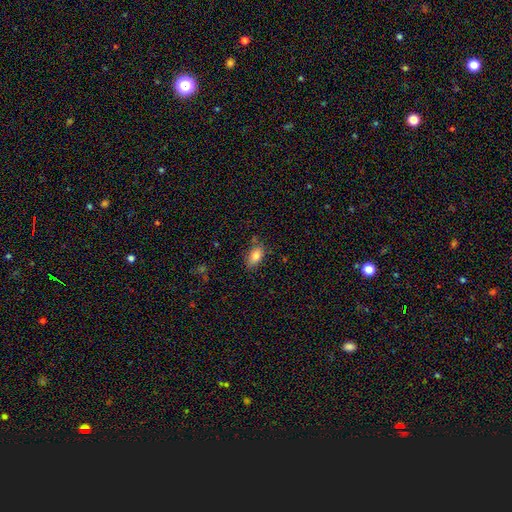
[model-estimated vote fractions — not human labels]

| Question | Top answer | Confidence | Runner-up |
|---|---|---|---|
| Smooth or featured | smooth | 83% | featured or disk (9%) |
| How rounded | in between | 89% | round (7%) |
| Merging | none | 73% | minor disturbance (19%) |